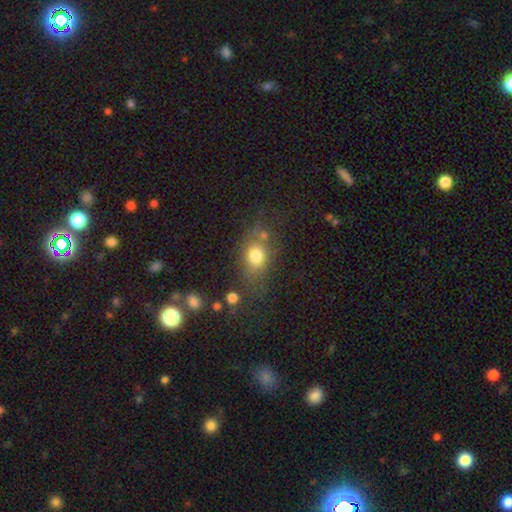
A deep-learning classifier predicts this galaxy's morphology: A smooth galaxy with no disk features (75%) that is in between round and cigar-shaped (56%). Merging: none (60%).